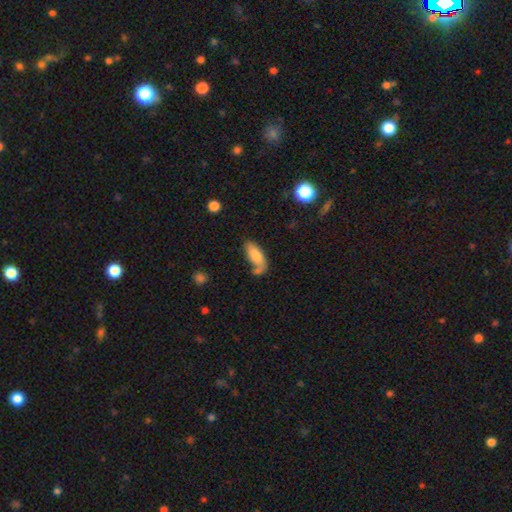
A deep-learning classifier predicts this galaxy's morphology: Smooth or featured? smooth (69%)
How rounded? in between (83%)
Merging? none (43%)